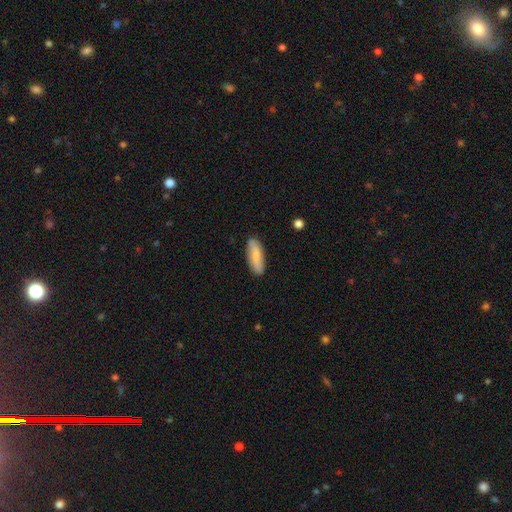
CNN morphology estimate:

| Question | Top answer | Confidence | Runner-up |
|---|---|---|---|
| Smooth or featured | smooth | 76% | featured or disk (18%) |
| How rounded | in between | 60% | cigar-shaped (38%) |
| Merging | none | 85% | minor disturbance (12%) |